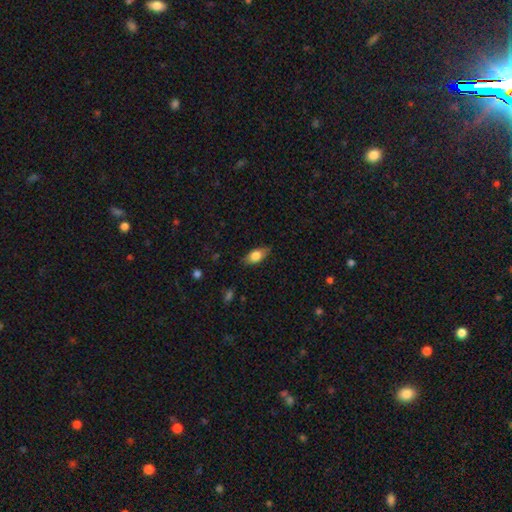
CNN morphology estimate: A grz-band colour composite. It shows a smooth galaxy with no disk features (75%) that is in between round and cigar-shaped (85%). Merging: none (82%).